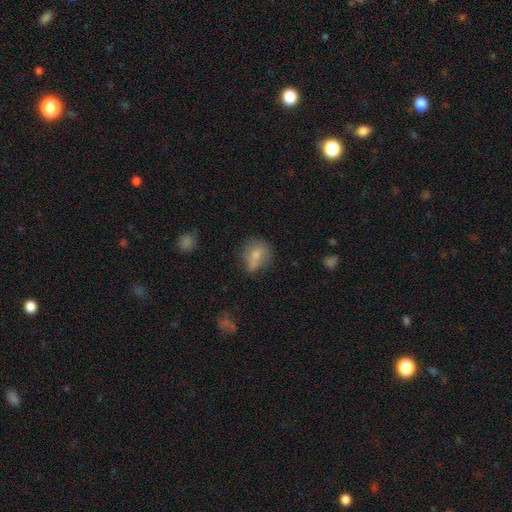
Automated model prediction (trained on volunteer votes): Q: Smooth or featured?
A: smooth (74%); runner-up: featured or disk (16%)
Q: How rounded?
A: round (57%); runner-up: in between (42%)
Q: Merging?
A: none (52%); runner-up: minor disturbance (30%)